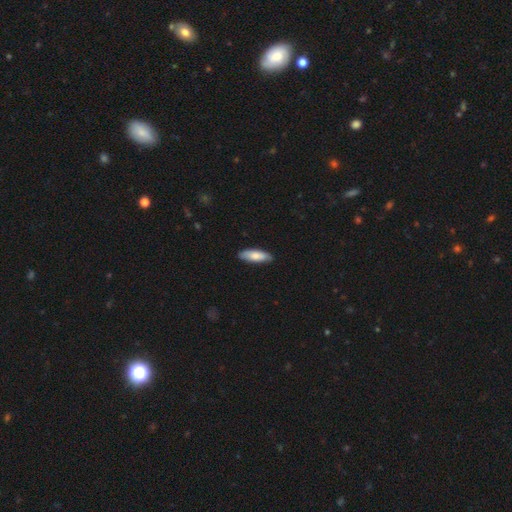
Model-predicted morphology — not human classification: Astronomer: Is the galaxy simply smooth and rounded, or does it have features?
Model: smooth — 79%.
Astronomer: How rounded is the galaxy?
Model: in between — 60% (runner-up: cigar-shaped, 38%).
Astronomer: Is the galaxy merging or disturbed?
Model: none — 87%.